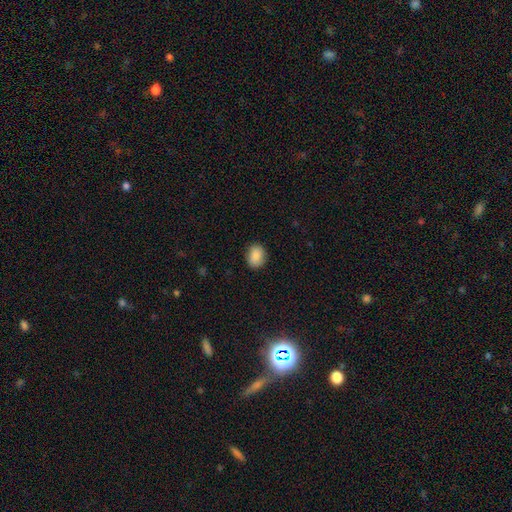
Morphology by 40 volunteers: Smooth or featured: smooth — 98% (star or artifact — 2%)
How rounded: in between — 59% (round — 41%)
Merging: none — 92% (minor disturbance — 5%)